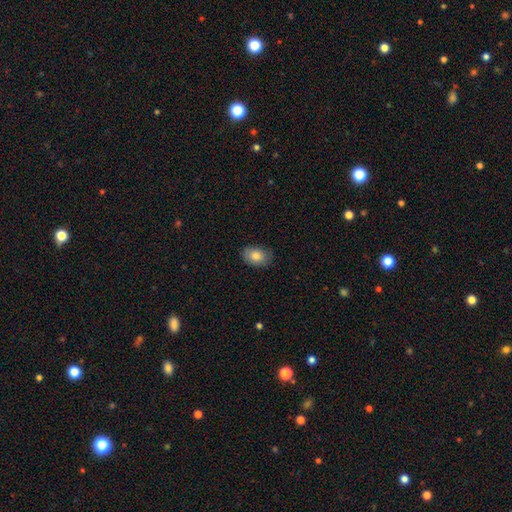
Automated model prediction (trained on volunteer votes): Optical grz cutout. It shows a smooth galaxy with no disk features (79%) that is in between round and cigar-shaped (79%). Merging: none (79%).